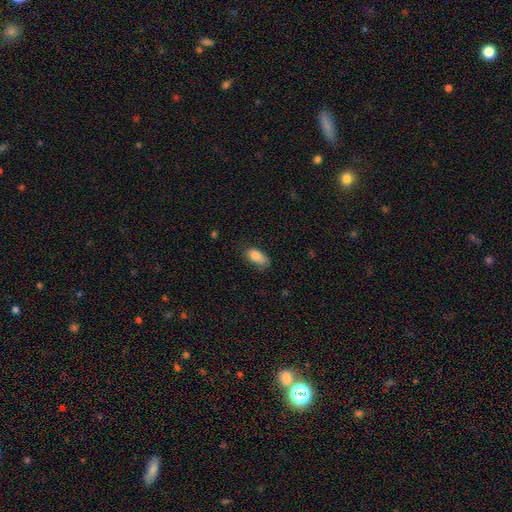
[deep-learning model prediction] Smooth or featured: smooth — 85% (star or artifact — 8%)
How rounded: in between — 91% (cigar-shaped — 5%)
Merging: none — 56% (minor disturbance — 32%)